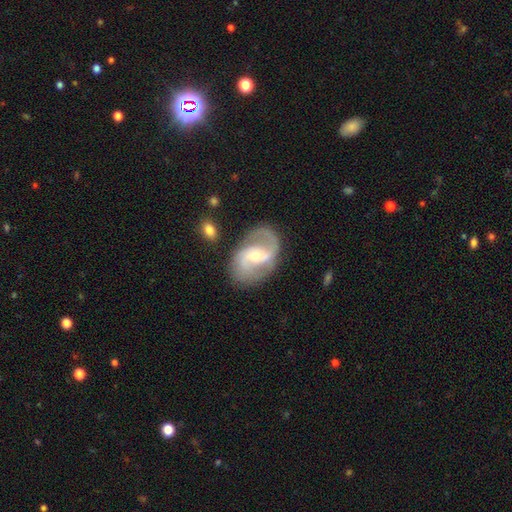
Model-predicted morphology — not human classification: Smooth or featured? featured or disk (85%)
Edge-on disk? no (97%)
Bar? weak (45%)
Spiral arms? yes (94%)
Spiral winding? medium (48%)
Spiral arm count? 2 (89%)
Bulge size? small (49%)
Merging? none (75%)